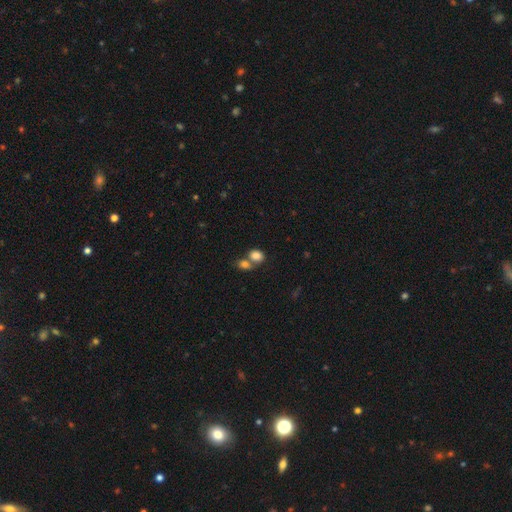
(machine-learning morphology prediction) smooth-or-featured: smooth: 83% | star or artifact: 9% | featured or disk: 7%
  how-rounded: in between: 66% | round: 33% | cigar-shaped: 1%
  merging: merger: 54% | none: 34% | minor disturbance: 8% | major disturbance: 4%